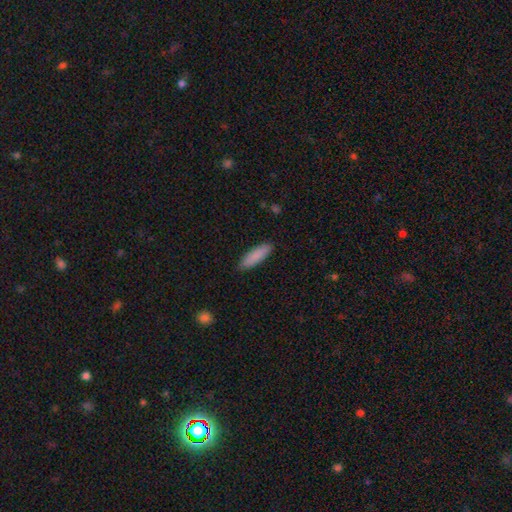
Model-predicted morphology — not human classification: Smooth or featured? smooth (87%)
How rounded? cigar-shaped (53%)
Merging? none (88%)